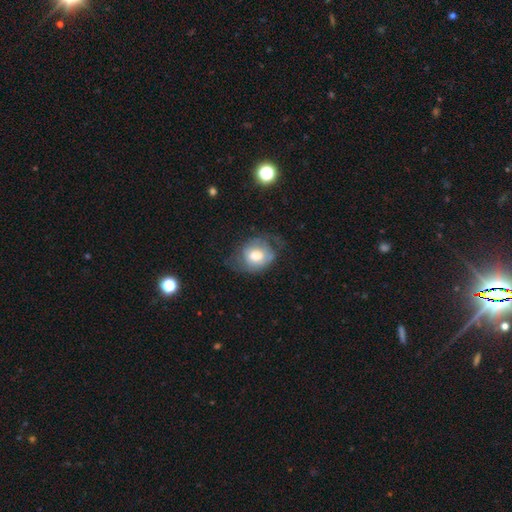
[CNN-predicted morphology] smooth-or-featured: smooth: 49% | featured or disk: 43% | star or artifact: 8%
  merging: none: 46% | minor disturbance: 27% | major disturbance: 25% | merger: 2%